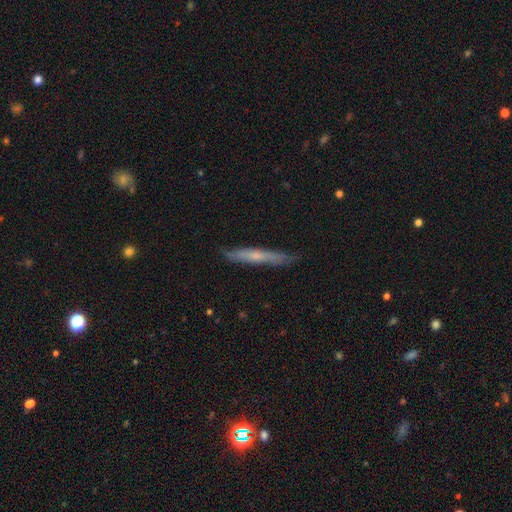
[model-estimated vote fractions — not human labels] Q: Smooth or featured?
A: smooth (50%); runner-up: featured or disk (44%)
Q: Merging?
A: none (83%); runner-up: minor disturbance (13%)